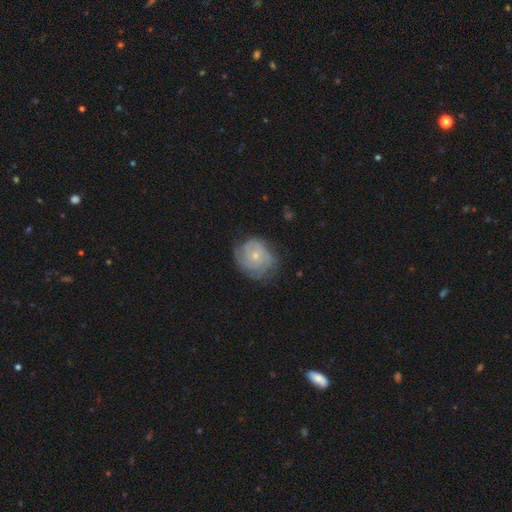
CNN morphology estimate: The model was most divided on "spiral arm count": can't tell: 47%, 3: 17%, 2: 14%, 4: 11%, more than 4: 5%, 1: 5%. More confident: edge-on disk — no (97%); spiral arms — yes (84%); bar — no (84%); bulge size — small (72%); spiral winding — tight (66%); merging — none (64%); smooth or featured — featured or disk (63%).